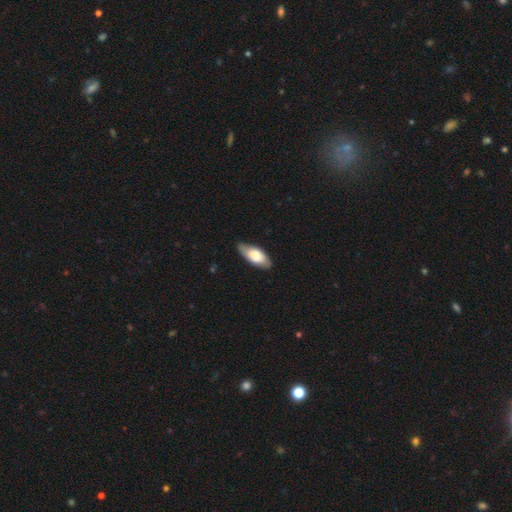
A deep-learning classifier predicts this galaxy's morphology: Smooth or featured?
  - smooth: 65% *
  - featured or disk: 30%
  - star or artifact: 6%
How rounded?
  - in between: 84% *
  - cigar-shaped: 14%
  - round: 2%
Merging?
  - none: 80% *
  - minor disturbance: 16%
  - major disturbance: 3%
  - merger: 1%